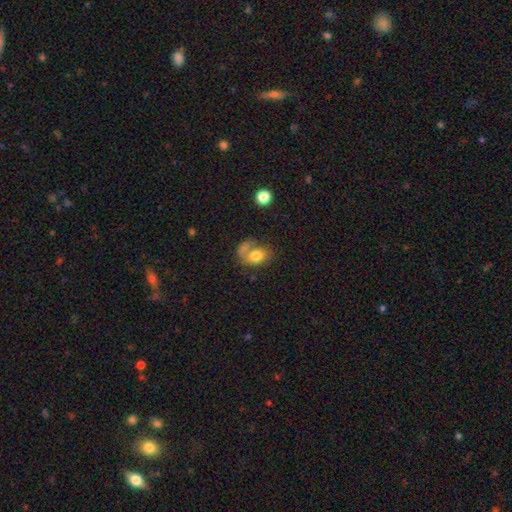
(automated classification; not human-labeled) Smooth or featured: smooth — 68% (featured or disk — 22%)
How rounded: in between — 71% (round — 28%)
Merging: none — 32% (merger — 30%)